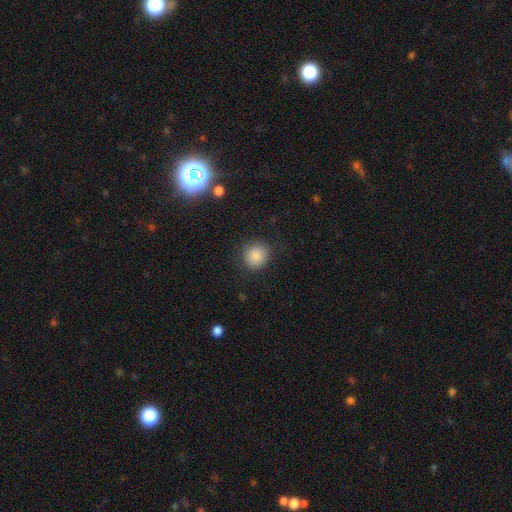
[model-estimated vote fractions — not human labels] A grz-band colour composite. It shows a smooth galaxy with no disk features (86%) that is round (90%). Merging: none (88%).